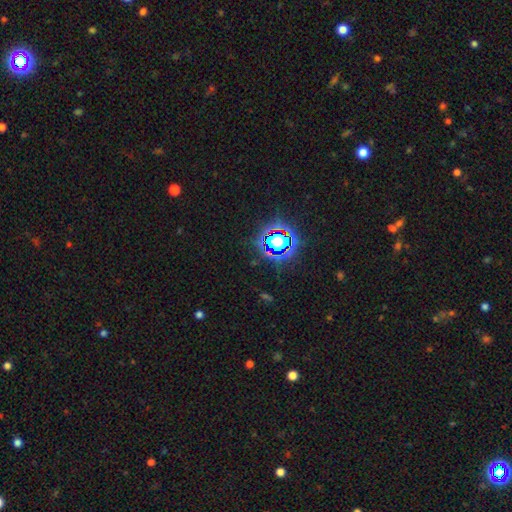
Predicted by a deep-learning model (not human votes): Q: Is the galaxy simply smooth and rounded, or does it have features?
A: star or artifact — 82%.